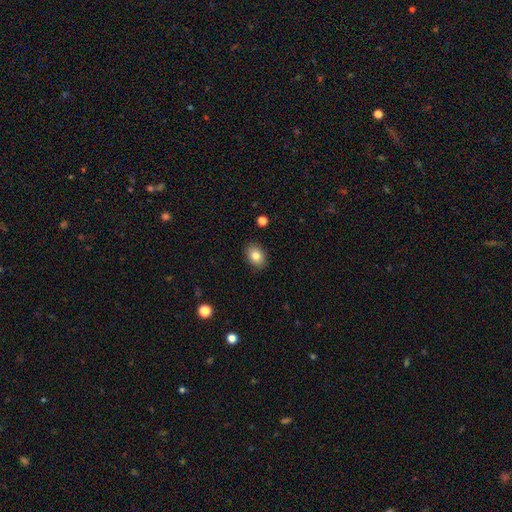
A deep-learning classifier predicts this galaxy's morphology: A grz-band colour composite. It shows a smooth galaxy with no disk features (82%) that is in between round and cigar-shaped (74%). Merging: none (89%).